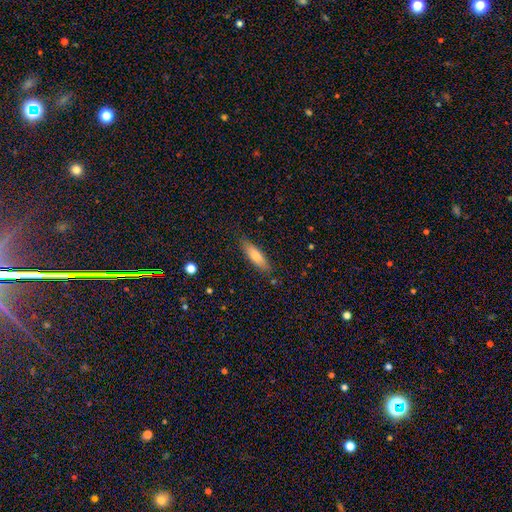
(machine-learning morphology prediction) A smooth galaxy with no disk features (76%) that is cigar-shaped (51%).

Vote fractions:
- Smooth or featured? smooth: 76% / featured or disk: 18% / star or artifact: 7%
- How rounded? cigar-shaped: 51% / in between: 47% / round: 2%
- Merging? none: 83% / minor disturbance: 13% / major disturbance: 3% / merger: 2%